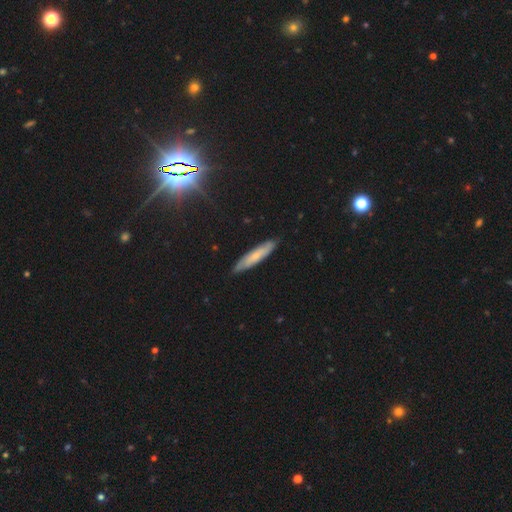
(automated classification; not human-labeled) Smooth or featured? smooth (57%)
How rounded? cigar-shaped (87%)
Merging? none (86%)